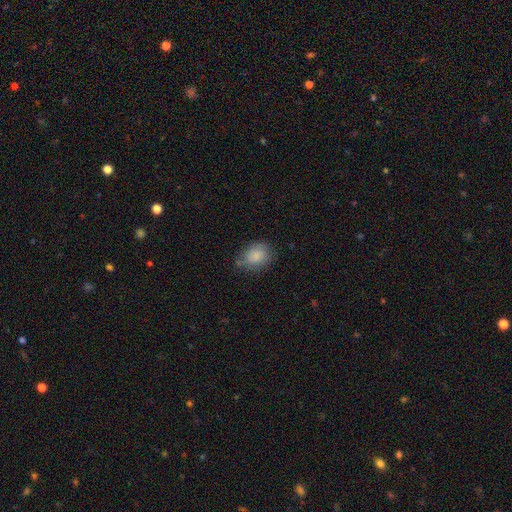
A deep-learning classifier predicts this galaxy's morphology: Overall: smooth (85%). How rounded: in between (53%; round 46%). Merging: none (68%).